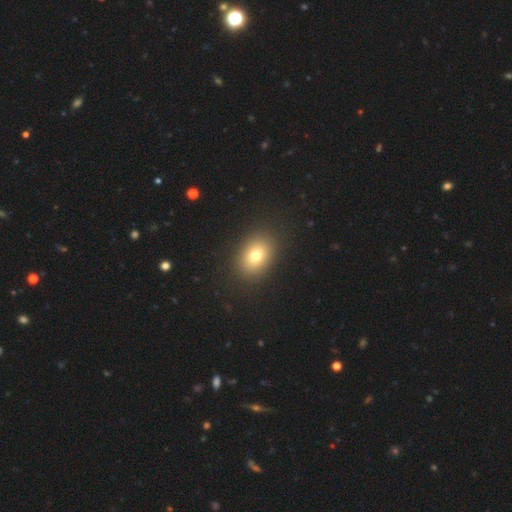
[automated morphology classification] The model was most divided on "how rounded": in between: 67%, round: 32%, cigar-shaped: 1%. More confident: merging — none (89%); smooth or featured — smooth (75%).